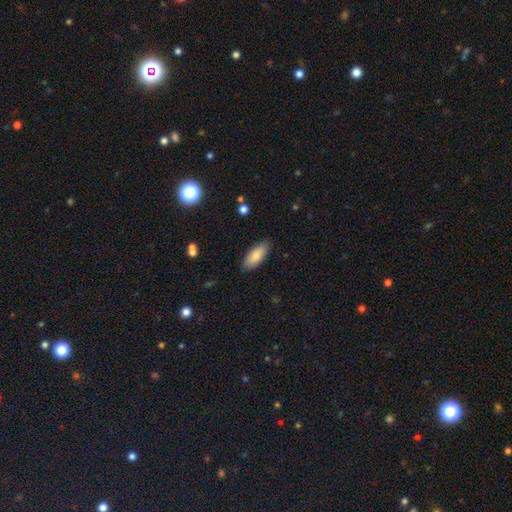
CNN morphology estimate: Smooth or featured: smooth — 82% (featured or disk — 12%)
How rounded: in between — 78% (cigar-shaped — 20%)
Merging: none — 87% (minor disturbance — 9%)